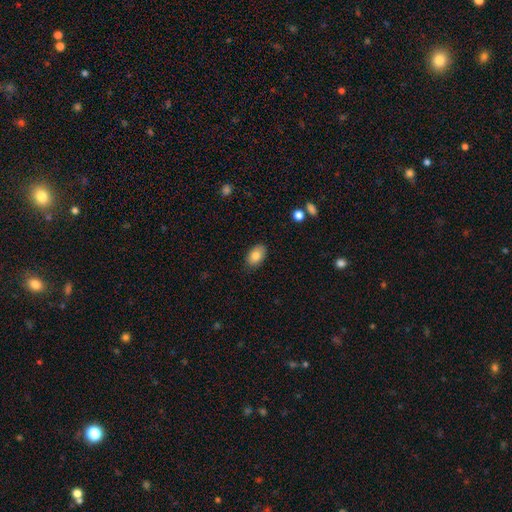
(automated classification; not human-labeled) Smooth or featured? smooth (83%)
How rounded? in between (91%)
Merging? none (85%)